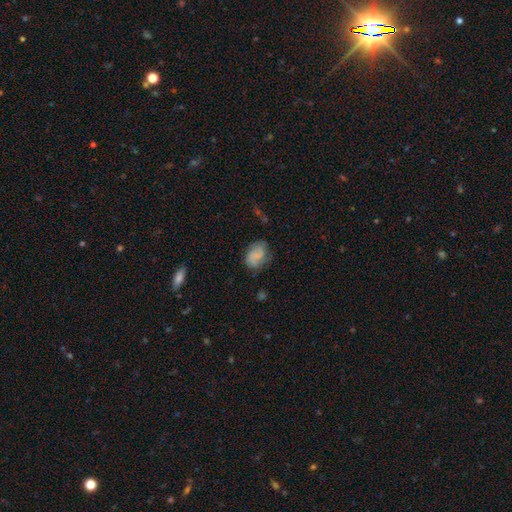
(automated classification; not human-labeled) Smooth or featured: smooth — 53% (featured or disk — 38%)
How rounded: in between — 68% (round — 31%)
Merging: none — 63% (minor disturbance — 24%)